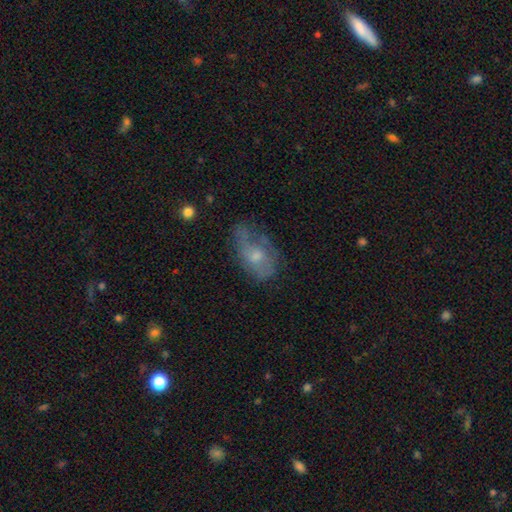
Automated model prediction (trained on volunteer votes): Overall: featured or disk (49%; smooth 41%). Merging: none (44%; minor disturbance 31%).